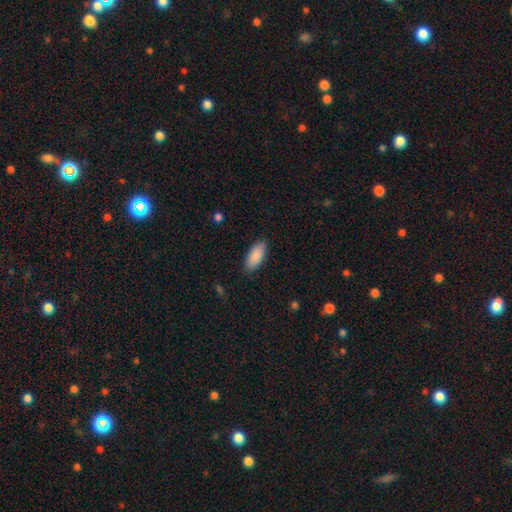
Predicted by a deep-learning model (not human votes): A smooth galaxy with no disk features (90%) that is in between round and cigar-shaped (85%).

Vote fractions:
- Smooth or featured? smooth: 90% / star or artifact: 6% / featured or disk: 5%
- How rounded? in between: 85% / cigar-shaped: 13% / round: 2%
- Merging? none: 88% / minor disturbance: 9% / major disturbance: 2% / merger: 1%